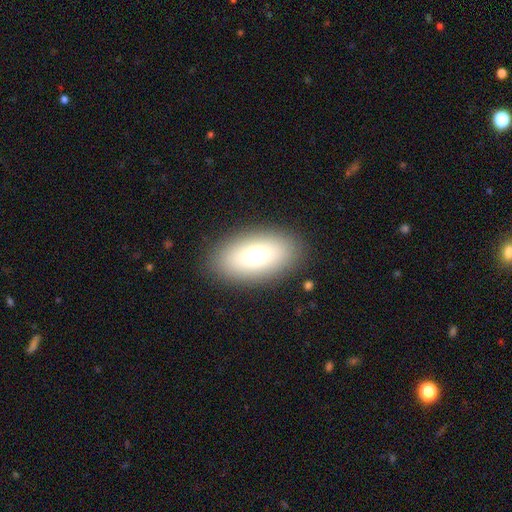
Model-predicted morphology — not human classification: A smooth galaxy with no disk features (72%) that is in between round and cigar-shaped (91%). Merging: none (88%).